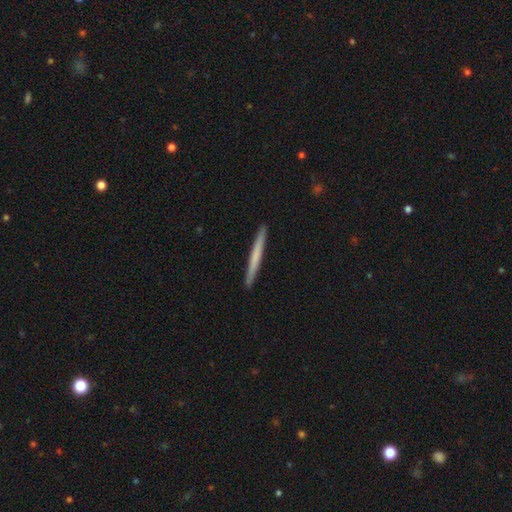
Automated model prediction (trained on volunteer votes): The model was most divided on "smooth or featured": smooth: 59%, featured or disk: 35%, star or artifact: 5%. More confident: how rounded — cigar-shaped (97%); merging — none (93%).